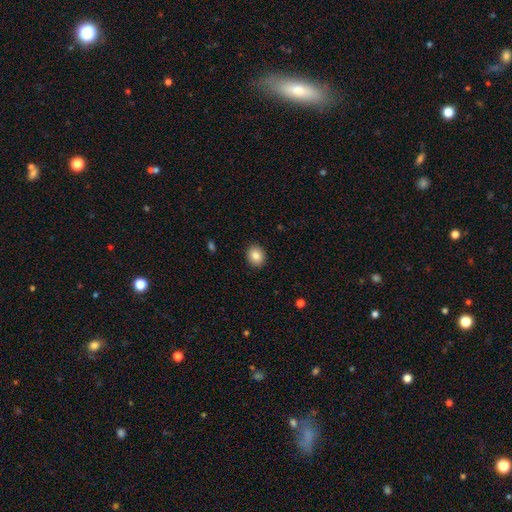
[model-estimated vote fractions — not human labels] smooth 85%, star or artifact 9%, featured or disk 6%. Down the decision tree: how rounded — round (70%); merging — none (91%).